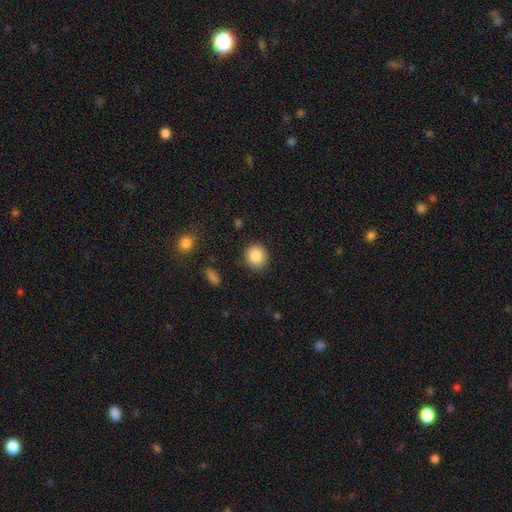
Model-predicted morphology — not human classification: The model was most divided on "how rounded": round: 80%, in between: 19%, cigar-shaped: 1%. More confident: smooth or featured — smooth (87%); merging — none (87%).